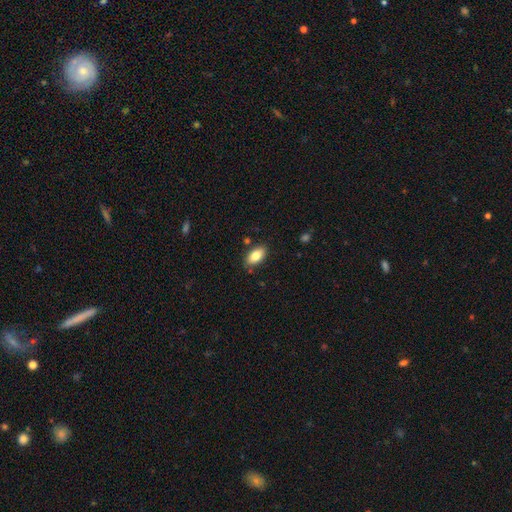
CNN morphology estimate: Smooth or featured? Predicted: smooth (p=0.82). How rounded? Predicted: in between (p=0.92). Merging? Predicted: none (p=0.83).